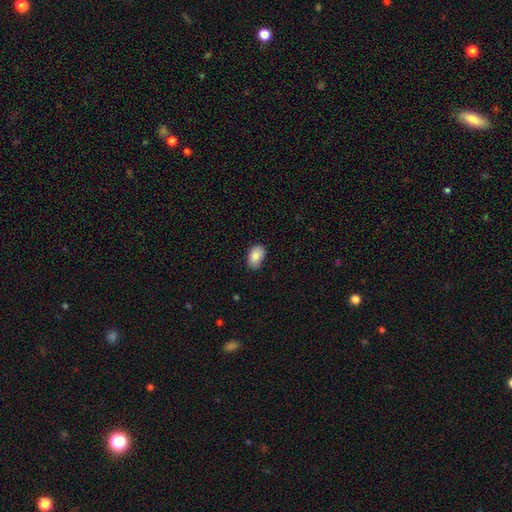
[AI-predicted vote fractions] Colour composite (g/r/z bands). It shows a smooth galaxy with no disk features (87%) that is in between round and cigar-shaped (89%). Merging: none (82%).